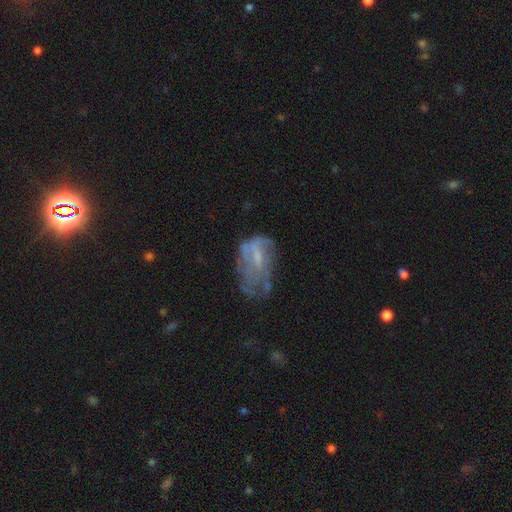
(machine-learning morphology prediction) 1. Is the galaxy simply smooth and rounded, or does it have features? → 56% featured or disk, 32% smooth, 12% star or artifact.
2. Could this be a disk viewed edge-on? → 96% no, 4% yes.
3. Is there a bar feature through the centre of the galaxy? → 49% no, 40% weak, 11% strong.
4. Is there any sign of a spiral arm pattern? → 66% no, 34% yes.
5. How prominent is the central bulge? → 40% small, 31% none, 26% moderate, 2% large, 1% dominant.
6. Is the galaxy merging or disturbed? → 39% major disturbance, 29% none, 28% minor disturbance, 5% merger.